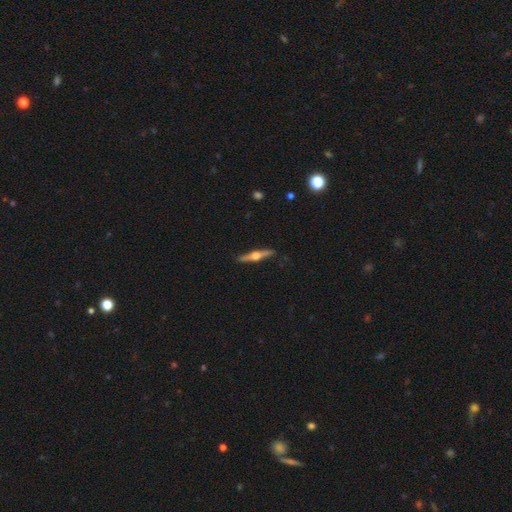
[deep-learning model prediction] Smooth or featured: featured or disk — 75% (smooth — 20%)
Edge-on disk: yes — 98% (no — 2%)
Edge-on bulge: rounded — 95% (boxy — 3%)
Merging: none — 90% (minor disturbance — 7%)